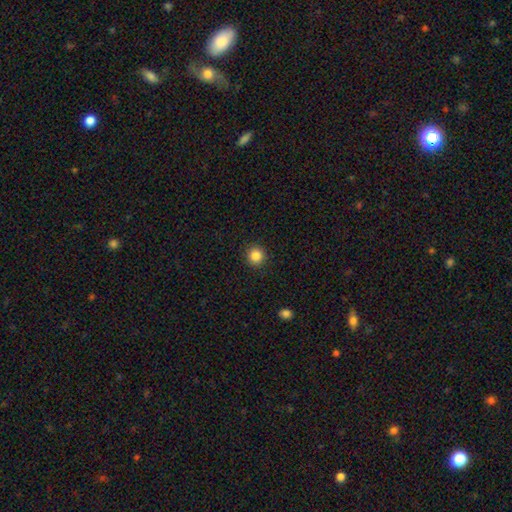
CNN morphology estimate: Q: Smooth or featured?
A: smooth (86%); runner-up: star or artifact (11%)
Q: How rounded?
A: round (94%); runner-up: in between (5%)
Q: Merging?
A: none (92%); runner-up: minor disturbance (5%)